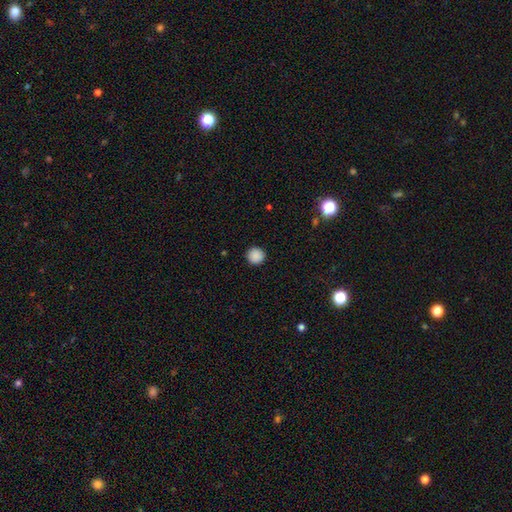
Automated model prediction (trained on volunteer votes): A smooth galaxy with no disk features (88%) that is round (95%). Merging: none (92%).